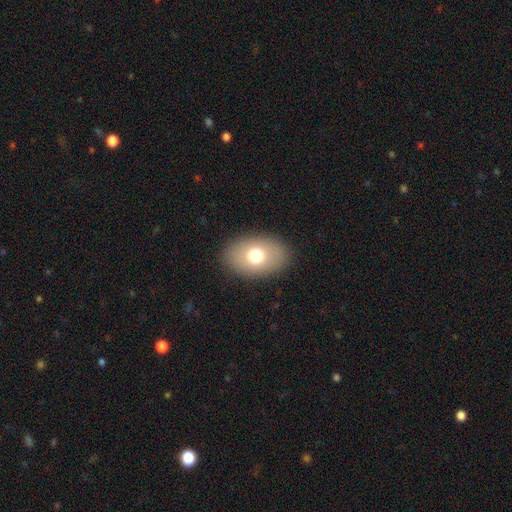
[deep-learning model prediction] Smooth or featured: smooth — 72% (featured or disk — 18%)
How rounded: in between — 85% (round — 14%)
Merging: none — 88% (minor disturbance — 8%)